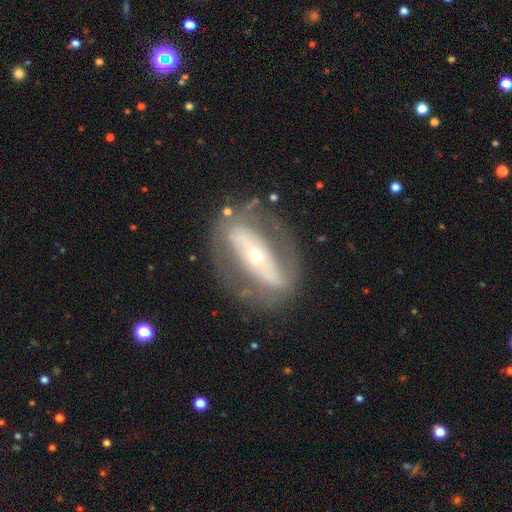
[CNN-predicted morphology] The model was most divided on "bar": strong: 50%, no: 34%, weak: 16%. More confident: edge-on disk — no (84%); smooth or featured — featured or disk (75%); merging — none (73%); bulge size — small (62%); spiral arms — no (60%).